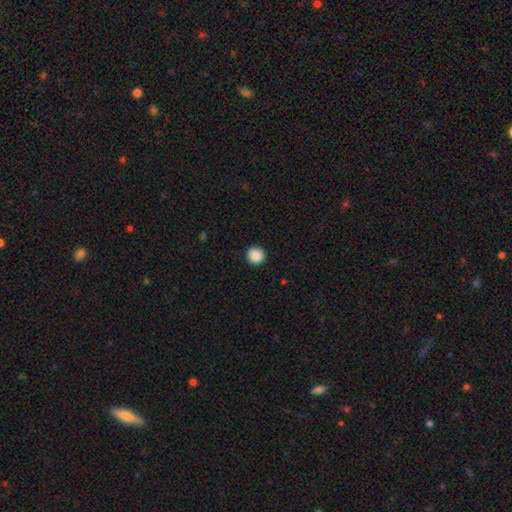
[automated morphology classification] A smooth galaxy with no disk features (88%) that is round (94%). Merging: none (90%).